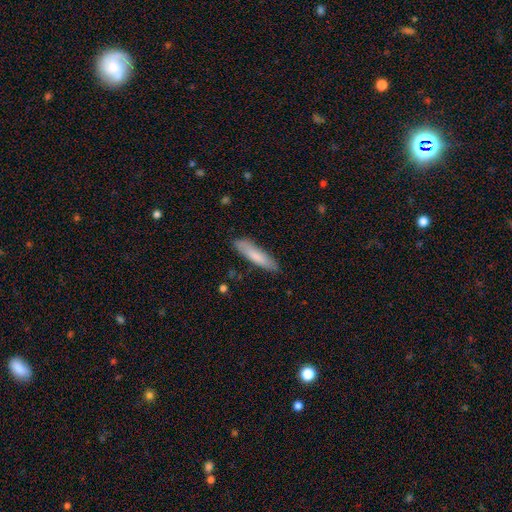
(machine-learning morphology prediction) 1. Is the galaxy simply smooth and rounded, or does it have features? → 80% smooth, 15% featured or disk, 5% star or artifact.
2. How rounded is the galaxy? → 78% cigar-shaped, 20% in between, 1% round.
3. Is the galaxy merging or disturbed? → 84% none, 12% minor disturbance, 2% major disturbance, 1% merger.